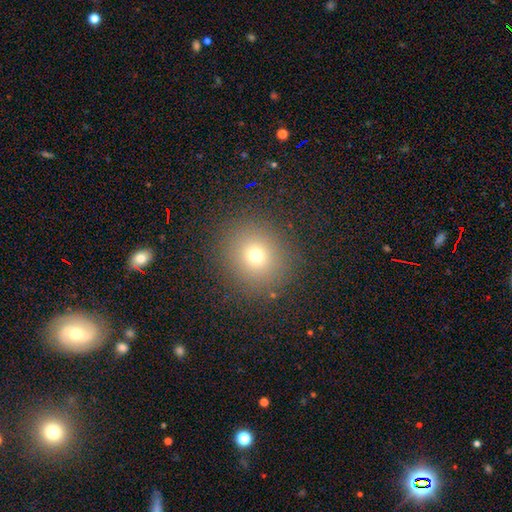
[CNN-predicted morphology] type=smooth (70%); roundness=round (86%); merging=none (89%).